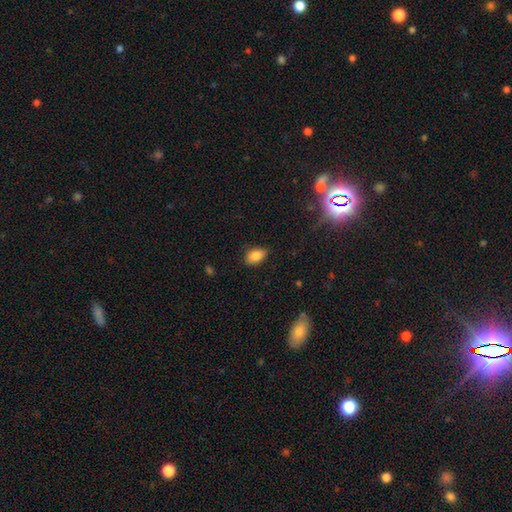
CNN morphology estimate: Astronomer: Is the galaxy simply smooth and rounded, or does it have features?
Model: smooth — 84%.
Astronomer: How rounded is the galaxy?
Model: in between — 91%.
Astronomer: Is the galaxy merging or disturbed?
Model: none — 83%.